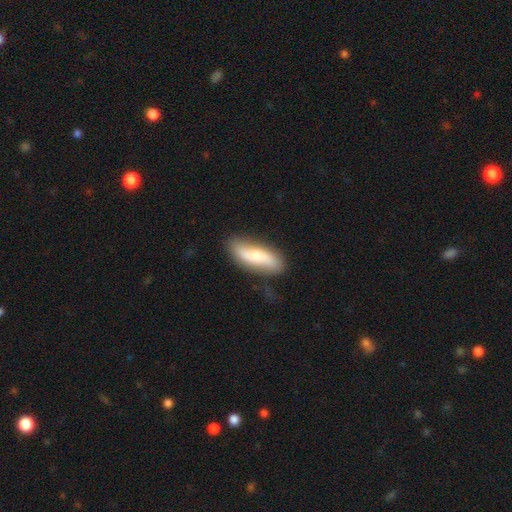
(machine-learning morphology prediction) This is possibly a smooth galaxy (51%). How rounded: possibly in between (58%). Merging: likely none (74%).